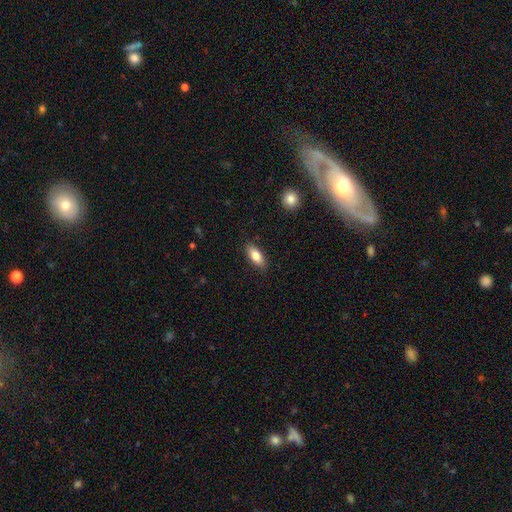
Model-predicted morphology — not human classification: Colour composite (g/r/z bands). It shows a smooth galaxy with no disk features (82%) that is in between round and cigar-shaped (84%). Merging: none (87%).